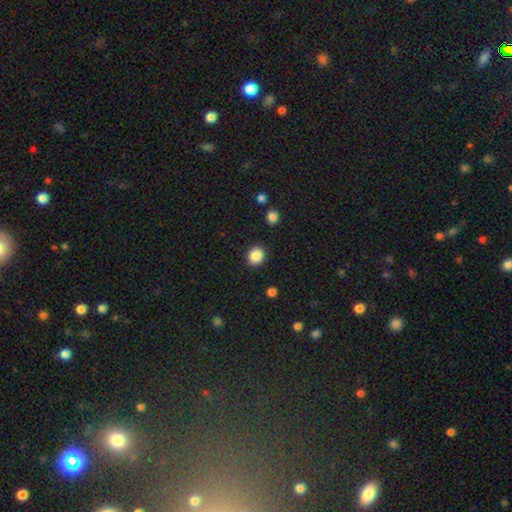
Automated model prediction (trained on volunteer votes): Overall: smooth (87%). How rounded: round (77%). Merging: none (90%).